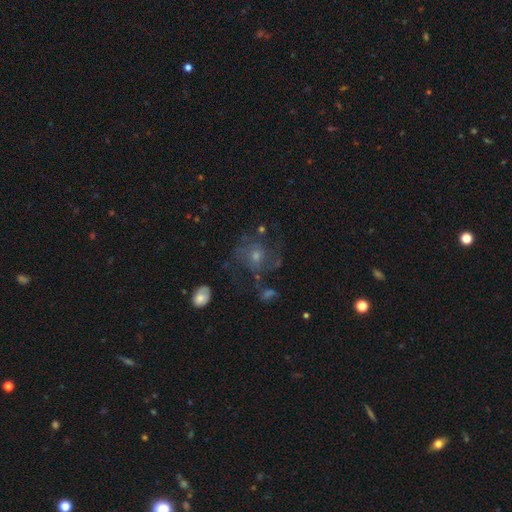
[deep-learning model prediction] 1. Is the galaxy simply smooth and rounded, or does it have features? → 60% featured or disk, 26% smooth, 14% star or artifact.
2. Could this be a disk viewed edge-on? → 97% no, 3% yes.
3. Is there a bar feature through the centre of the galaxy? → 77% no, 19% weak, 3% strong.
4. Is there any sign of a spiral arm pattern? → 76% yes, 24% no.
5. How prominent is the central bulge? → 50% small, 41% moderate, 4% none, 4% large, 1% dominant.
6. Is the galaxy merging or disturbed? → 54% none, 23% major disturbance, 19% minor disturbance, 4% merger.